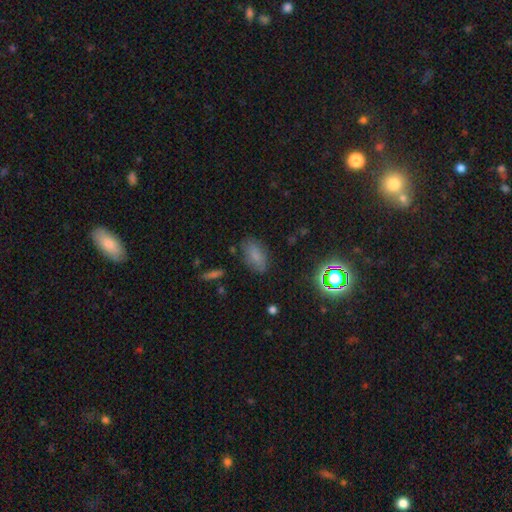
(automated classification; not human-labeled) This appears to be a smooth galaxy with no disk features (76%) that is in between round and cigar-shaped (88%). Merging: none (77%).